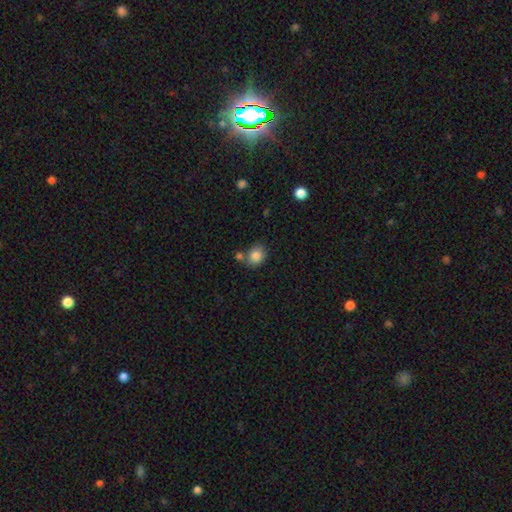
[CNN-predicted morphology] Overall: smooth (84%). How rounded: round (63%; in between 36%). Merging: none (63%).